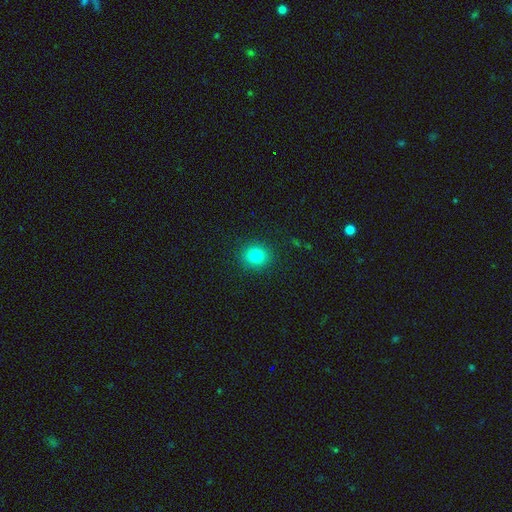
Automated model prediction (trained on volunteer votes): Smooth or featured: smooth — 82% (star or artifact — 12%)
How rounded: round — 82% (in between — 17%)
Merging: none — 91% (minor disturbance — 6%)